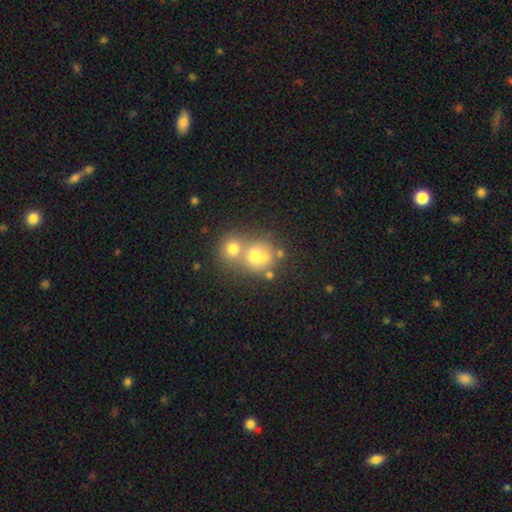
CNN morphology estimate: The model was most divided on "merging": merger: 58%, none: 31%, minor disturbance: 7%, major disturbance: 4%. More confident: how rounded — round (75%); smooth or featured — smooth (62%).